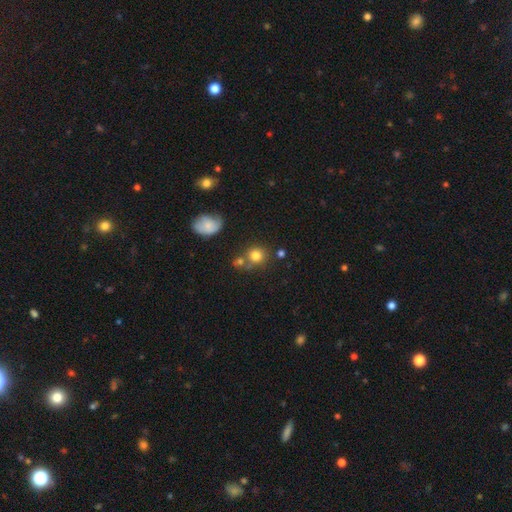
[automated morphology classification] A smooth galaxy with no disk features (79%) that is round (83%).

Vote fractions:
- Smooth or featured? smooth: 79% / star or artifact: 12% / featured or disk: 9%
- How rounded? round: 83% / in between: 16% / cigar-shaped: 1%
- Merging? none: 60% / merger: 22% / minor disturbance: 12% / major disturbance: 5%